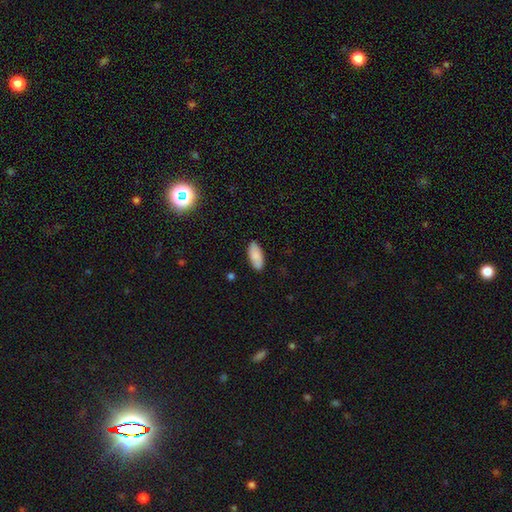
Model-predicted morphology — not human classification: Smooth or featured: smooth — 87% (star or artifact — 6%)
How rounded: in between — 87% (cigar-shaped — 11%)
Merging: none — 86% (minor disturbance — 11%)